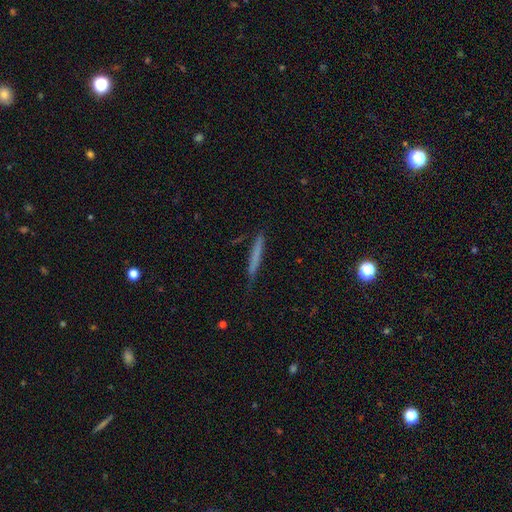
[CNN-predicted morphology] Smooth or featured? smooth (64%)
How rounded? cigar-shaped (96%)
Merging? none (85%)